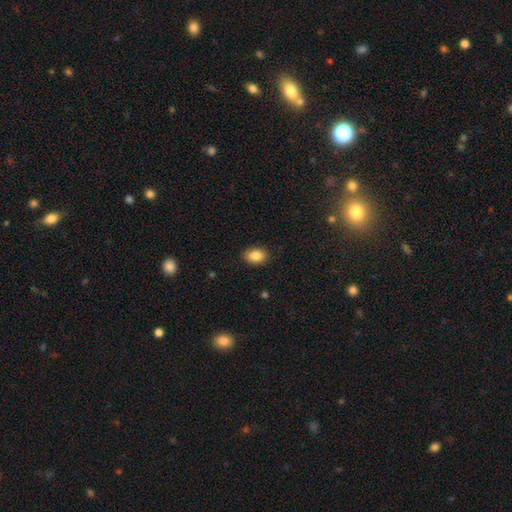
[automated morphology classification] smooth_or_featured: smooth (p=0.86) [alt: star or artifact p=0.08]
how_rounded: in between (p=0.83) [alt: round p=0.16]
merging: none (p=0.88) [alt: minor disturbance p=0.09]